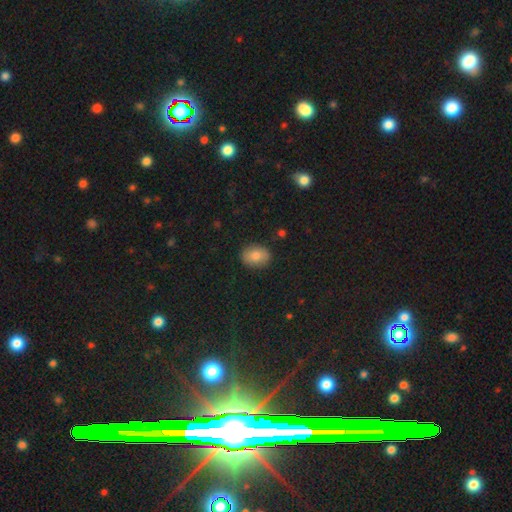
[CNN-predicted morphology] A smooth galaxy with no disk features (81%) that is in between round and cigar-shaped (65%).

Vote fractions:
- Smooth or featured? smooth: 81% / featured or disk: 10% / star or artifact: 9%
- How rounded? in between: 65% / round: 34% / cigar-shaped: 1%
- Merging? none: 87% / minor disturbance: 10% / major disturbance: 2% / merger: 1%